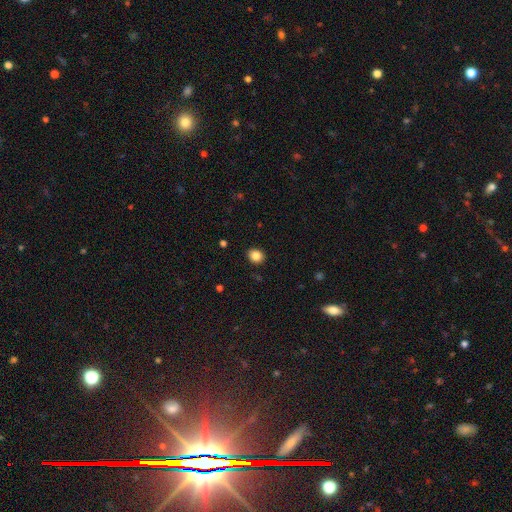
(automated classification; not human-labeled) smooth-or-featured: smooth: 85% | star or artifact: 10% | featured or disk: 4%
  how-rounded: round: 66% | in between: 34% | cigar-shaped: 1%
  merging: none: 91% | minor disturbance: 6% | major disturbance: 2% | merger: 1%